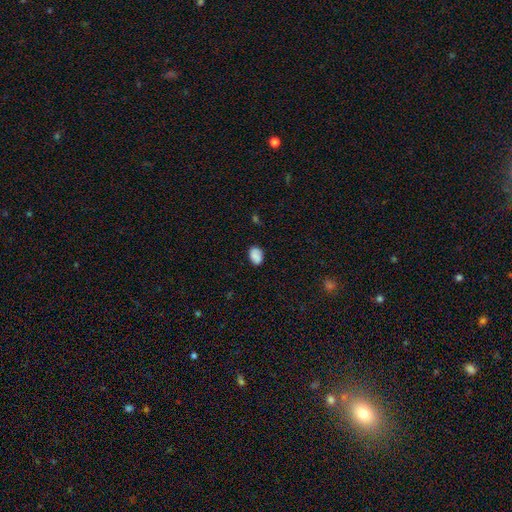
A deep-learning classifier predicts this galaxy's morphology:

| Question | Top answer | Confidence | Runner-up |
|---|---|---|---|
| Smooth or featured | smooth | 85% | star or artifact (8%) |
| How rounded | in between | 83% | round (16%) |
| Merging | none | 79% | minor disturbance (16%) |